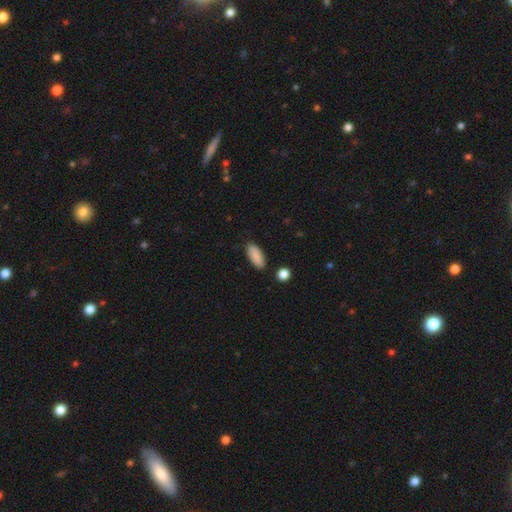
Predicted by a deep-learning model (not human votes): smooth-or-featured: smooth: 89% | star or artifact: 6% | featured or disk: 5%
  how-rounded: in between: 79% | cigar-shaped: 18% | round: 2%
  merging: none: 86% | minor disturbance: 9% | merger: 2% | major disturbance: 2%